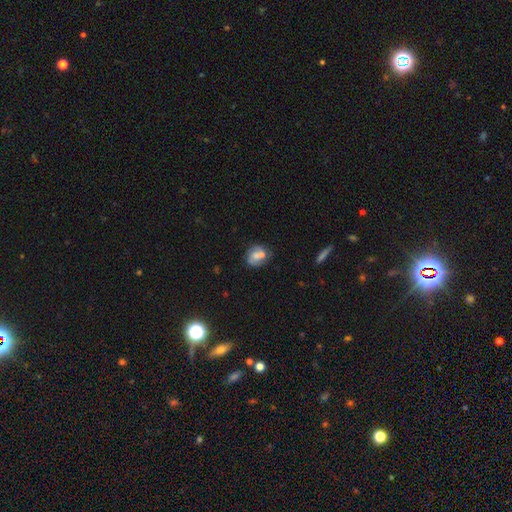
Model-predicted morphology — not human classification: smooth-or-featured: smooth: 52% | featured or disk: 39% | star or artifact: 10%
  how-rounded: round: 56% | in between: 42% | cigar-shaped: 1%
  merging: none: 44% | merger: 30% | minor disturbance: 18% | major disturbance: 7%